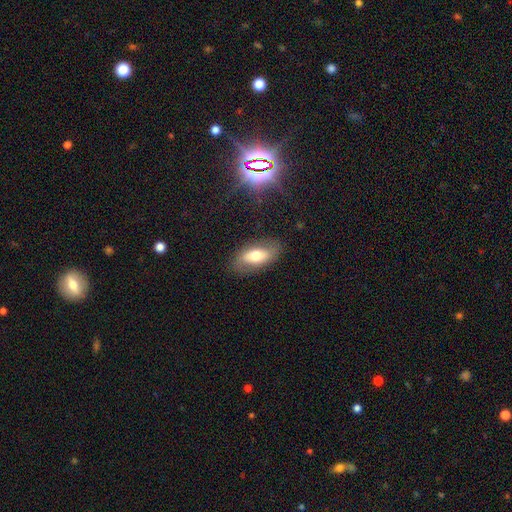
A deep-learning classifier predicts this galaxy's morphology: Smooth or featured? smooth (60%)
How rounded? in between (86%)
Merging? none (80%)